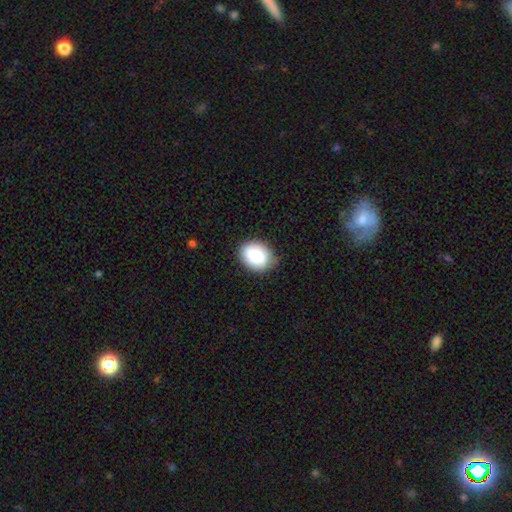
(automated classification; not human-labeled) Morphology: type=smooth (78%); roundness=in between (59%); merging=none (74%).